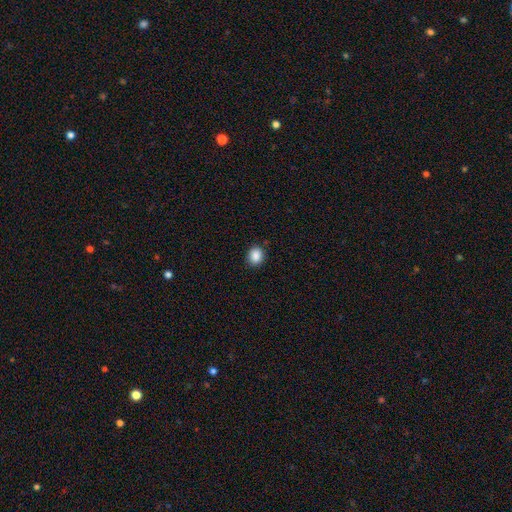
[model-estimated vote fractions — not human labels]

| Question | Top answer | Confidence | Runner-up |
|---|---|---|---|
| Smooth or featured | smooth | 88% | star or artifact (9%) |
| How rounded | round | 69% | in between (30%) |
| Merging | none | 88% | minor disturbance (9%) |